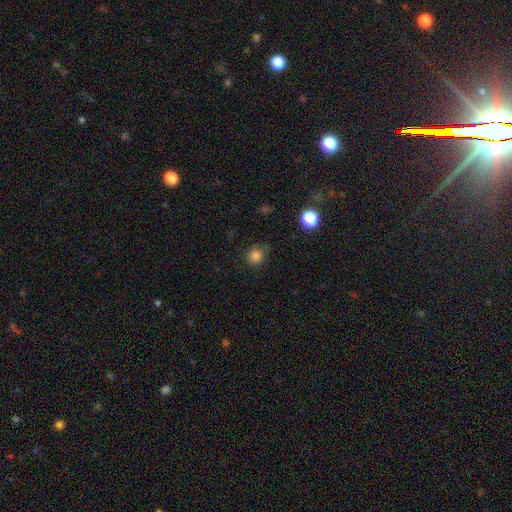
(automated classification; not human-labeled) A smooth galaxy with no disk features (81%) that is round (87%). Merging: none (74%).